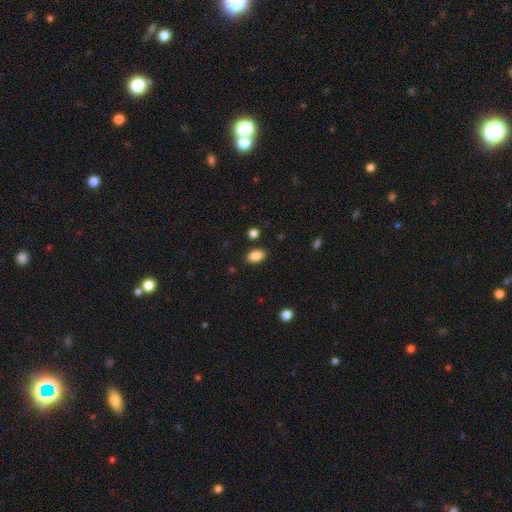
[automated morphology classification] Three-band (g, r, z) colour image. It shows a smooth galaxy with no disk features (87%) that is in between round and cigar-shaped (90%). Merging: none (86%).